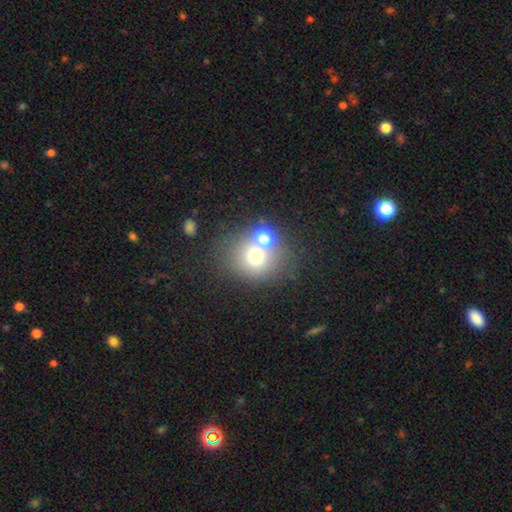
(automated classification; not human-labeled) This appears to be a smooth galaxy with no disk features (64%) that is round (82%). Merging: none (56%).